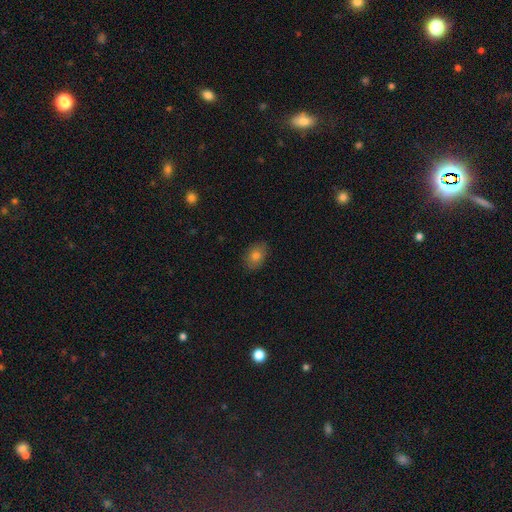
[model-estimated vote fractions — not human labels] This is likely a smooth galaxy (80%). How rounded: likely in between (80%). Merging: clearly none (84%).